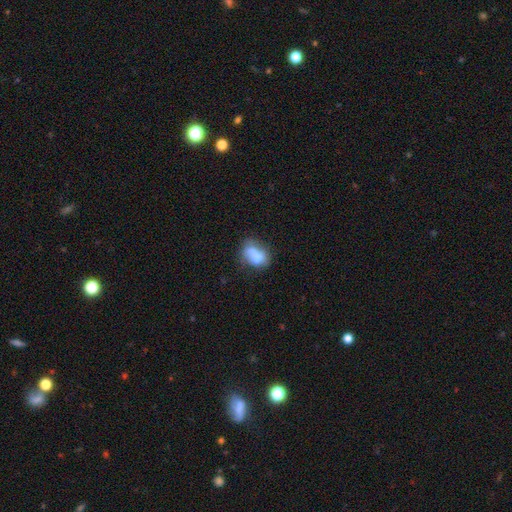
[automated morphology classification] This appears to be a smooth galaxy with no disk features (70%) that is in between round and cigar-shaped (76%). Merging: none (35%).